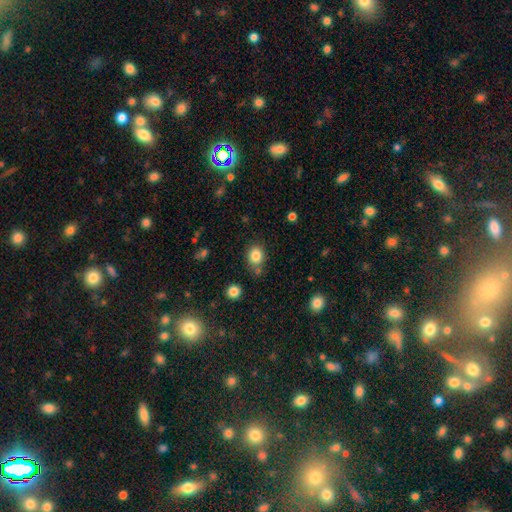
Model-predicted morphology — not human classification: This appears to be a smooth galaxy with no disk features (83%) that is round (66%). Merging: none (70%).